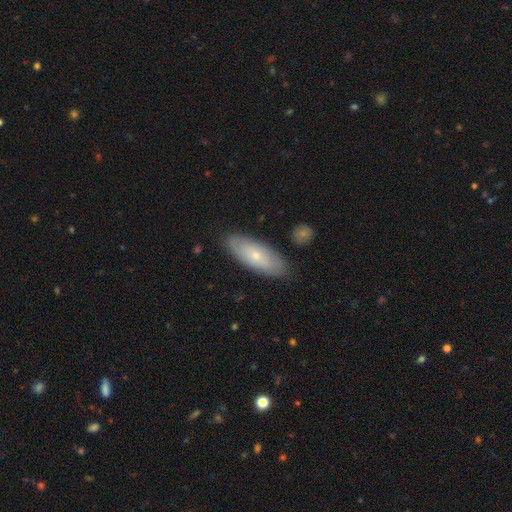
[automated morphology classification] Q: Smooth or featured?
A: smooth (58%); runner-up: featured or disk (36%)
Q: How rounded?
A: in between (74%); runner-up: cigar-shaped (24%)
Q: Merging?
A: none (83%); runner-up: minor disturbance (13%)